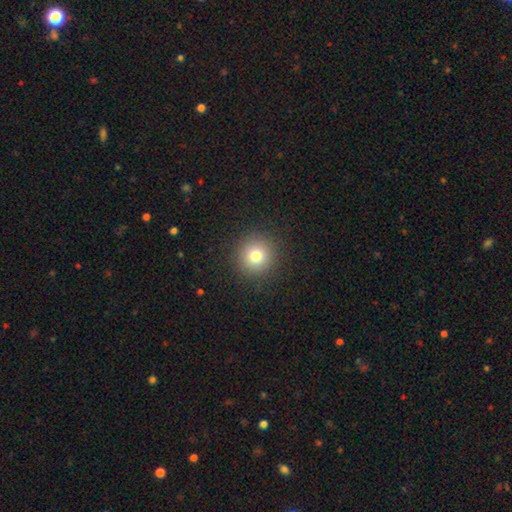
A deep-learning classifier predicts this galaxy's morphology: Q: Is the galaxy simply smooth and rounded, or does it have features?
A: smooth — 77%.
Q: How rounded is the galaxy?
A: round — 95%.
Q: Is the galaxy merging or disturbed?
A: none — 91%.